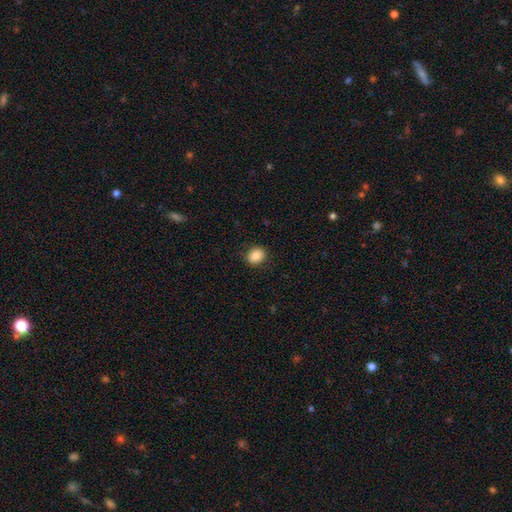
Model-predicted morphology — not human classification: Smooth or featured?
  - smooth: 86% *
  - star or artifact: 9%
  - featured or disk: 5%
How rounded?
  - round: 64% *
  - in between: 35%
  - cigar-shaped: 1%
Merging?
  - none: 88% *
  - minor disturbance: 8%
  - major disturbance: 2%
  - merger: 1%